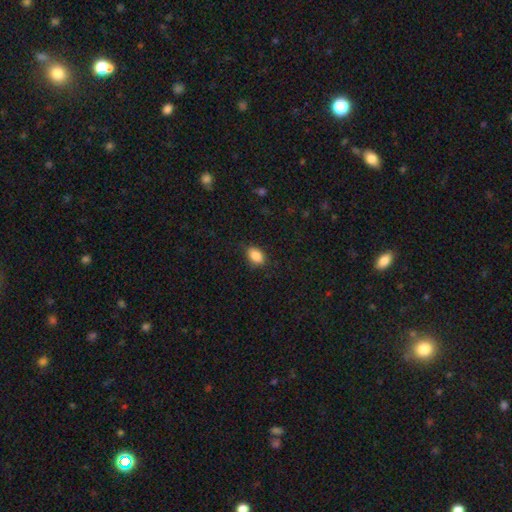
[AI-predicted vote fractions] smooth_or_featured: smooth (p=0.88) [alt: star or artifact p=0.08]
how_rounded: in between (p=0.87) [alt: round p=0.12]
merging: none (p=0.81) [alt: minor disturbance p=0.15]